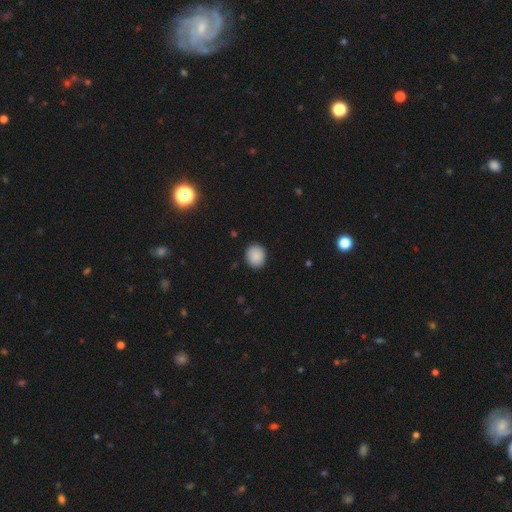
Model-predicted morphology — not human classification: smooth 88%, star or artifact 8%, featured or disk 3%. Down the decision tree: how rounded — round (73%); merging — none (89%).